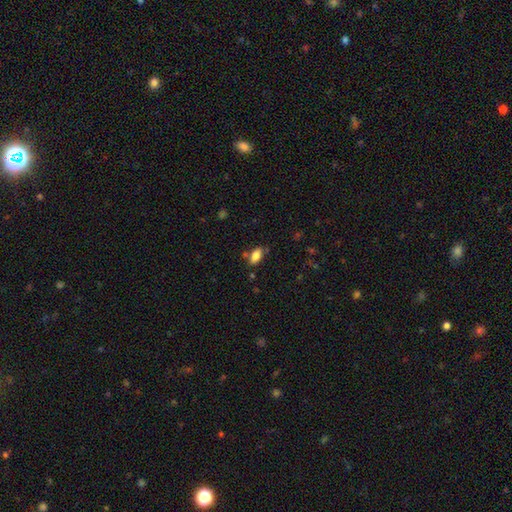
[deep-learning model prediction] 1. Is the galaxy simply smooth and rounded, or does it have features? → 83% smooth, 9% star or artifact, 8% featured or disk.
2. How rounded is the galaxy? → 89% in between, 7% cigar-shaped, 3% round.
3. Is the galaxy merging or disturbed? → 73% none, 15% minor disturbance, 8% merger, 4% major disturbance.